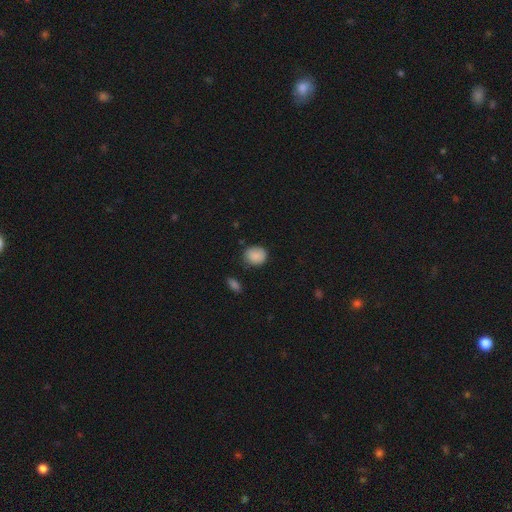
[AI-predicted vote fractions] smooth 87%, star or artifact 8%, featured or disk 5%. Down the decision tree: how rounded — round (66%); merging — none (75%).